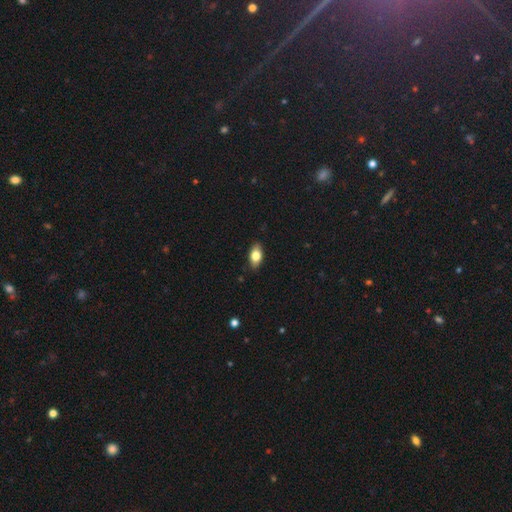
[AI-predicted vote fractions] The model was most divided on "smooth or featured": smooth: 76%, featured or disk: 17%, star or artifact: 7%. More confident: how rounded — in between (89%); merging — none (87%).